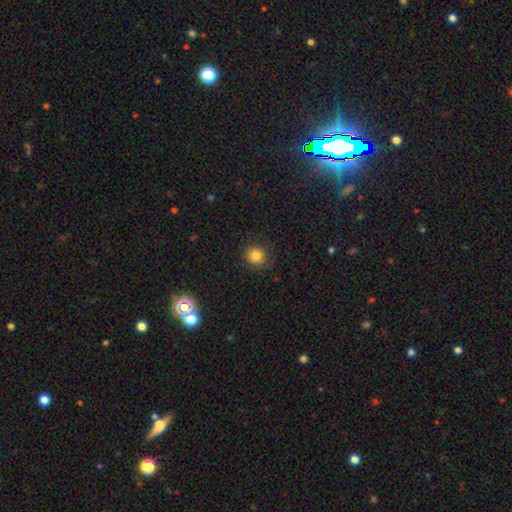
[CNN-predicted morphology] Smooth or featured?
  - smooth: 81% *
  - star or artifact: 12%
  - featured or disk: 6%
How rounded?
  - round: 91% *
  - in between: 8%
  - cigar-shaped: 1%
Merging?
  - none: 86% *
  - minor disturbance: 9%
  - major disturbance: 3%
  - merger: 1%